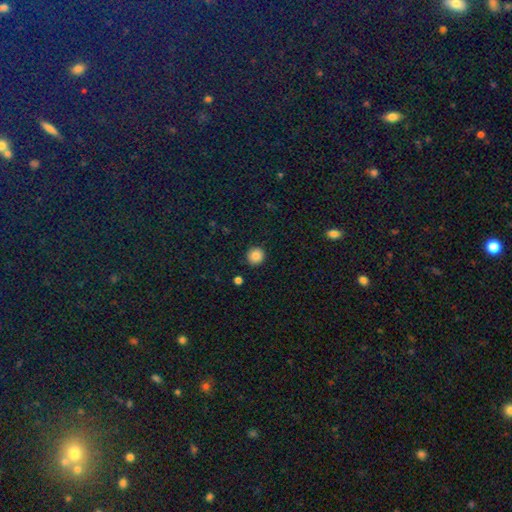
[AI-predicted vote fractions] smooth_or_featured: smooth (p=0.86) [alt: star or artifact p=0.10]
how_rounded: round (p=0.93) [alt: in between p=0.06]
merging: none (p=0.90) [alt: minor disturbance p=0.06]